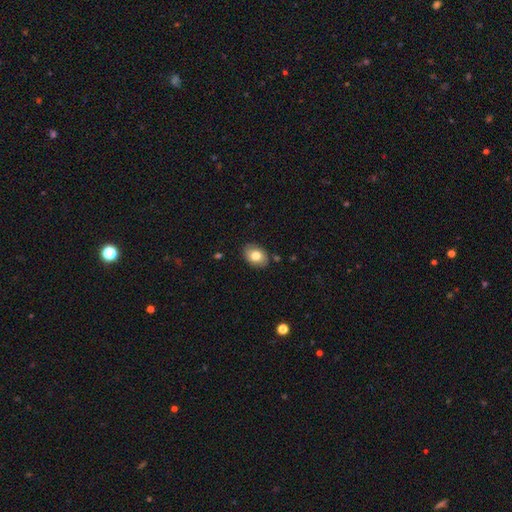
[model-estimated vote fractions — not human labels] Overall: smooth (78%). How rounded: in between (77%). Merging: none (85%).